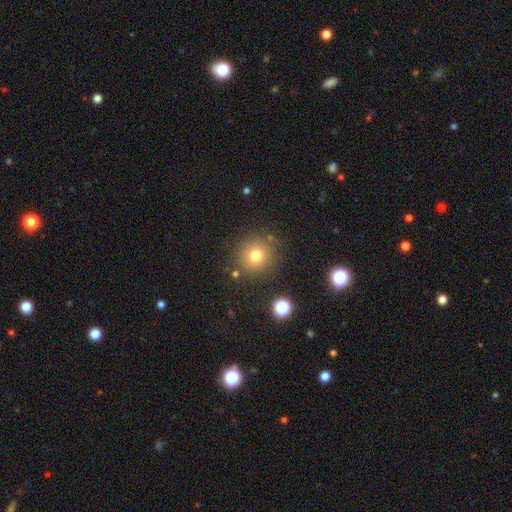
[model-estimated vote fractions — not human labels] Smooth or featured? smooth (76%)
How rounded? round (90%)
Merging? none (83%)